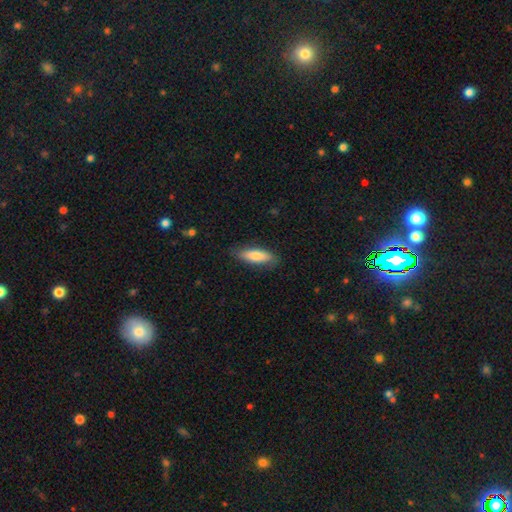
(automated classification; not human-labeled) Q: Smooth or featured?
A: smooth (79%); runner-up: featured or disk (15%)
Q: How rounded?
A: cigar-shaped (52%); runner-up: in between (47%)
Q: Merging?
A: none (82%); runner-up: minor disturbance (14%)